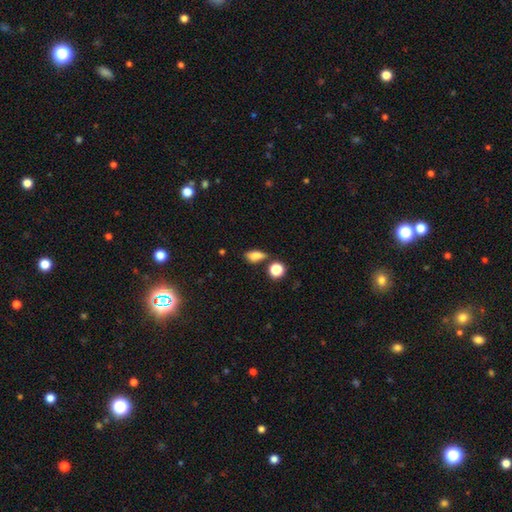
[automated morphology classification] smooth 80%, star or artifact 12%, featured or disk 8%. Down the decision tree: how rounded — in between (77%); merging — none (66%).